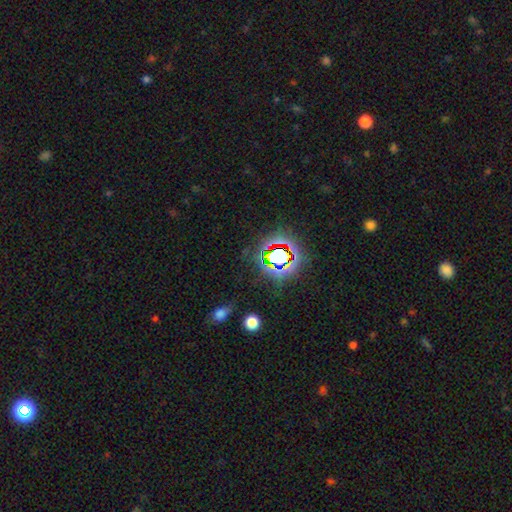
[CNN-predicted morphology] Smooth or featured?
  - star or artifact: 76% *
  - smooth: 15%
  - featured or disk: 9%